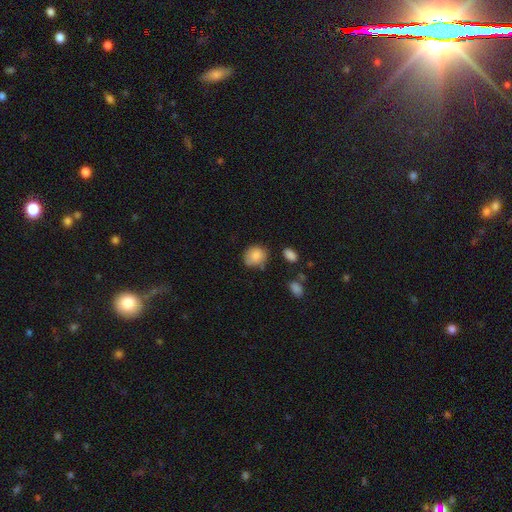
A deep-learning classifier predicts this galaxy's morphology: smooth 85%, star or artifact 8%, featured or disk 7%. Down the decision tree: how rounded — round (69%); merging — none (65%).